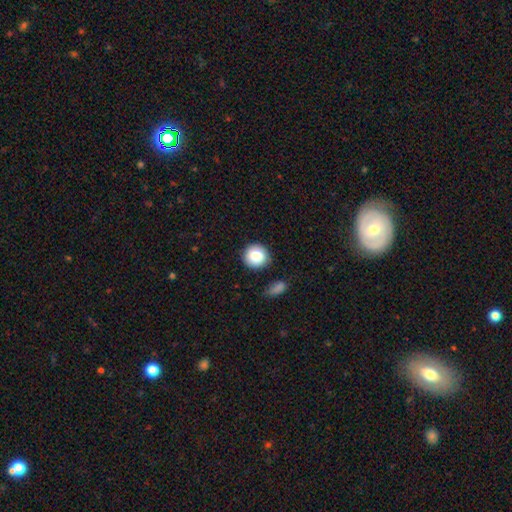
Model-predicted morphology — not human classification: Smooth or featured? Predicted: smooth (p=0.82). How rounded? Predicted: round (p=0.93). Merging? Predicted: none (p=0.84).